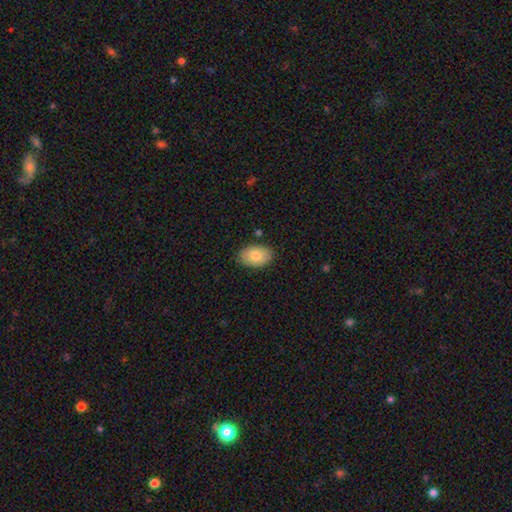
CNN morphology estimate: Smooth or featured?
  - smooth: 80% *
  - featured or disk: 14%
  - star or artifact: 6%
How rounded?
  - in between: 90% *
  - round: 9%
  - cigar-shaped: 1%
Merging?
  - none: 85% *
  - minor disturbance: 11%
  - major disturbance: 2%
  - merger: 2%